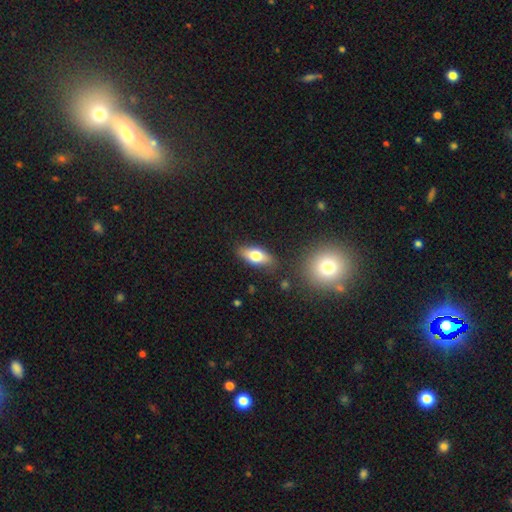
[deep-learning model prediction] Smooth or featured? Predicted: smooth (p=0.68). How rounded? Predicted: in between (p=0.79). Merging? Predicted: none (p=0.84).